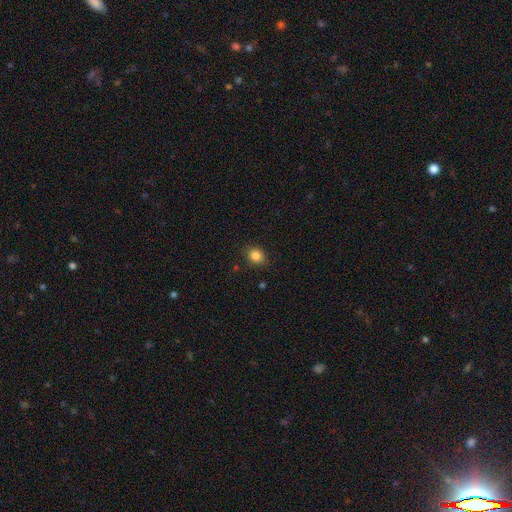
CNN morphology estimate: The model was most divided on "how rounded": round: 59%, in between: 40%, cigar-shaped: 1%. More confident: smooth or featured — smooth (85%); merging — none (85%).